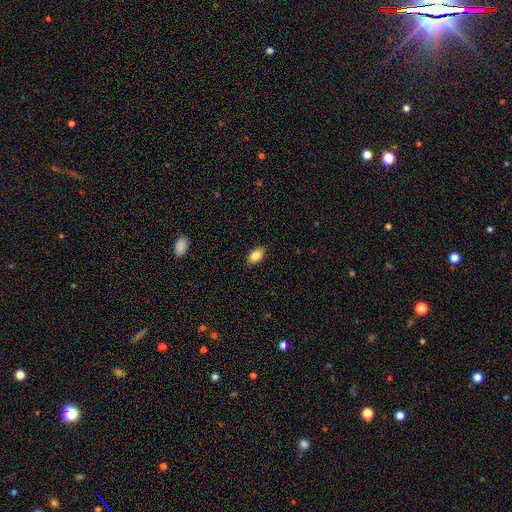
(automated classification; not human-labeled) Smooth or featured? smooth (86%)
How rounded? in between (90%)
Merging? none (86%)